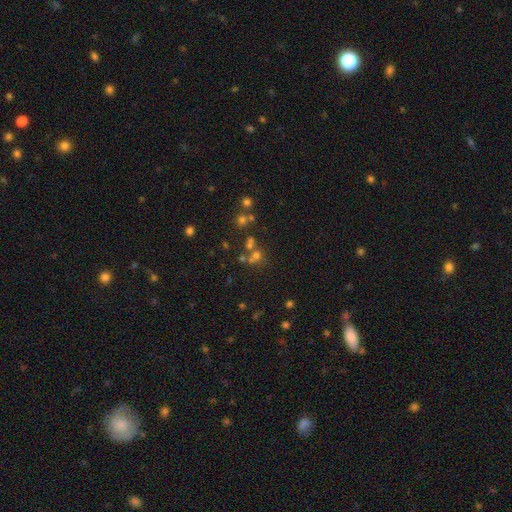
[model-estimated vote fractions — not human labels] Morphology: type=smooth (51%); roundness=round (80%); merging=none (50%).